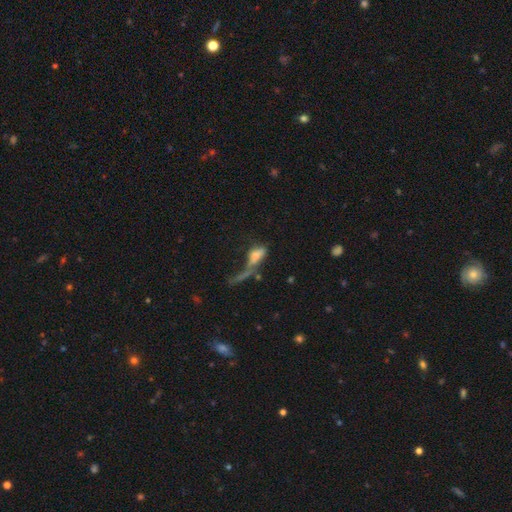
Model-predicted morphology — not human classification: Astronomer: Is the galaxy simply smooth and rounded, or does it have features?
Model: smooth — 60%.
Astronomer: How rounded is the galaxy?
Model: in between — 72%.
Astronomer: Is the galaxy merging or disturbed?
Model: major disturbance — 47% (runner-up: merger, 25%).